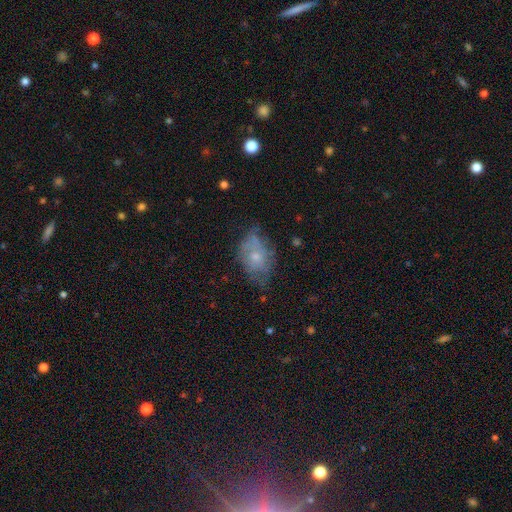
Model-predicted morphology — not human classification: smooth_or_featured: smooth (p=0.51) [alt: featured or disk p=0.40]
how_rounded: in between (p=0.84) [alt: round p=0.14]
merging: none (p=0.50) [alt: minor disturbance p=0.34]